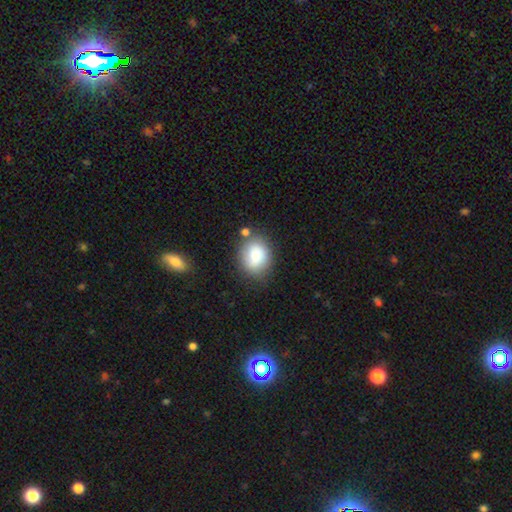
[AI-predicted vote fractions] smooth-or-featured: smooth: 81% | featured or disk: 11% | star or artifact: 8%
  how-rounded: in between: 50% | round: 49% | cigar-shaped: 1%
  merging: none: 69% | minor disturbance: 17% | merger: 9% | major disturbance: 5%